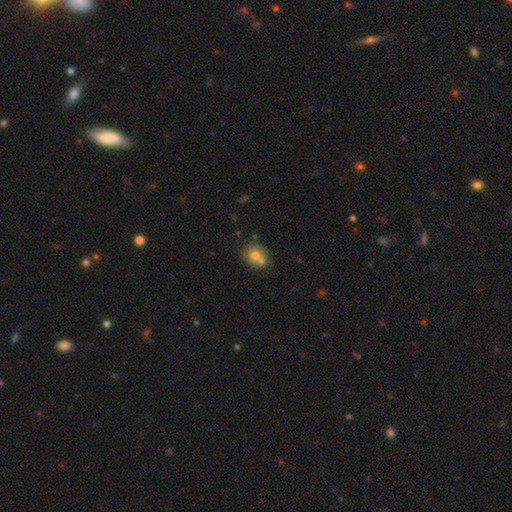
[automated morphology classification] type=smooth (69%); roundness=round (63%); merging=merger (42%, tied with none).